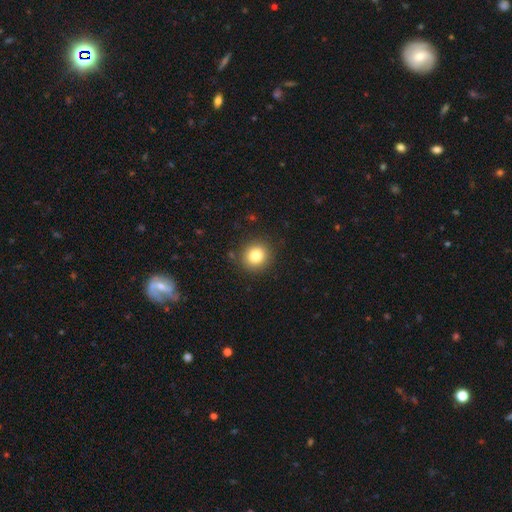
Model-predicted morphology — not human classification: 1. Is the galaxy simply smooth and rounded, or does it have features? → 82% smooth, 11% star or artifact, 7% featured or disk.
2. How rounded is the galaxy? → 90% round, 10% in between, 1% cigar-shaped.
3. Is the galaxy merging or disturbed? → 89% none, 7% minor disturbance, 2% major disturbance, 1% merger.